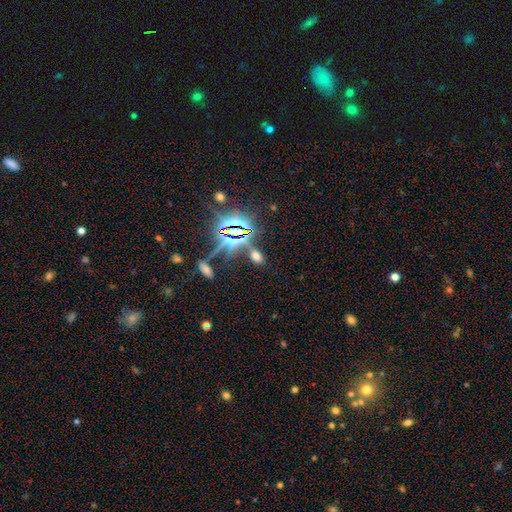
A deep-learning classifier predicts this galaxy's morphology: Q: Smooth or featured?
A: smooth (49%); runner-up: star or artifact (42%)
Q: Merging?
A: none (75%); runner-up: minor disturbance (11%)